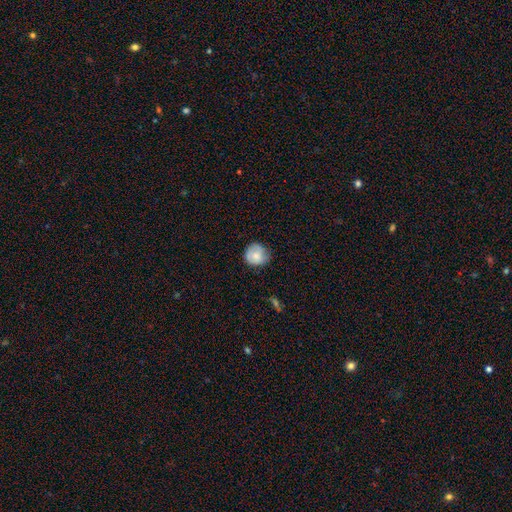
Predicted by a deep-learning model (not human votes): Smooth or featured?
  - smooth: 75% *
  - featured or disk: 18%
  - star or artifact: 7%
How rounded?
  - round: 87% *
  - in between: 12%
  - cigar-shaped: 1%
Merging?
  - none: 65% *
  - minor disturbance: 28%
  - major disturbance: 6%
  - merger: 1%